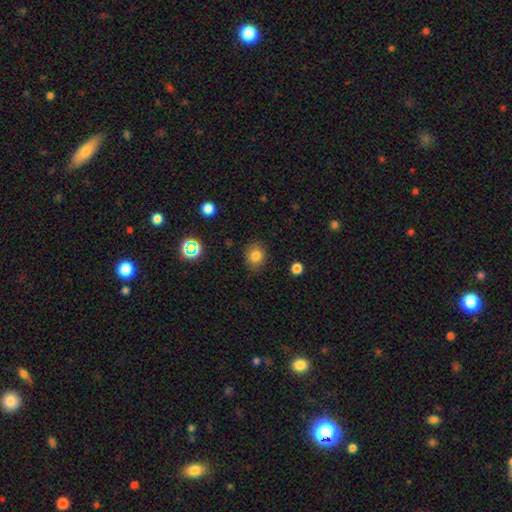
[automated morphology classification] smooth_or_featured: smooth (p=0.80) [alt: star or artifact p=0.13]
how_rounded: round (p=0.72) [alt: in between p=0.27]
merging: none (p=0.83) [alt: minor disturbance p=0.12]